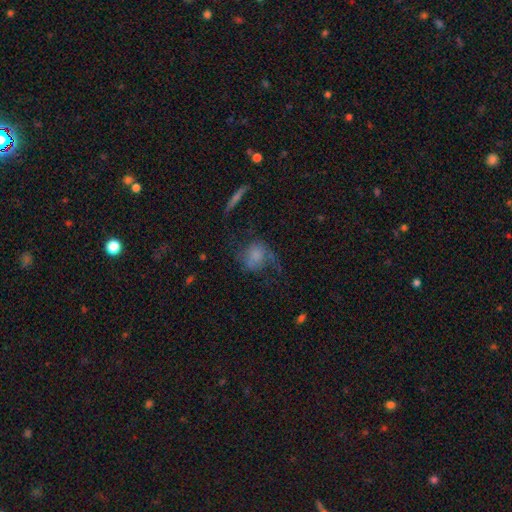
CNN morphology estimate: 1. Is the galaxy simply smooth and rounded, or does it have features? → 48% smooth, 41% featured or disk, 11% star or artifact.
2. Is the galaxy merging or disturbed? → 39% major disturbance, 37% none, 20% minor disturbance, 4% merger.